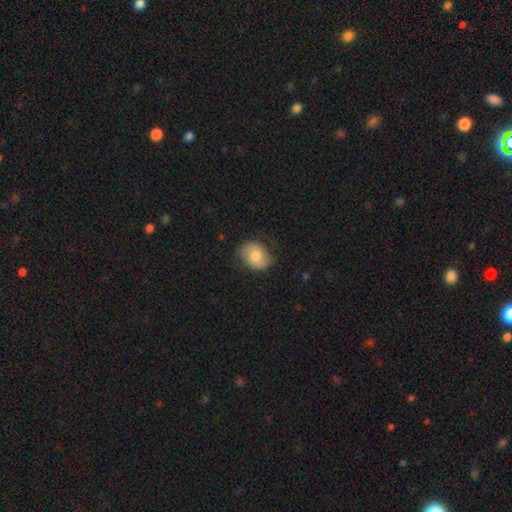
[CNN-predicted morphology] The model was most divided on "how rounded": in between: 63%, round: 36%, cigar-shaped: 1%. More confident: merging — none (71%); smooth or featured — smooth (67%).